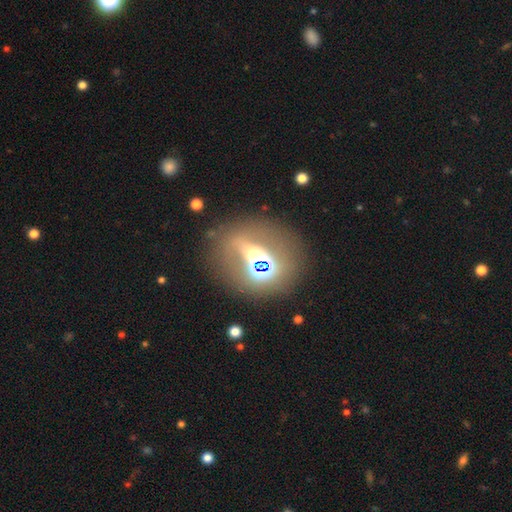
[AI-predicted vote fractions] smooth_or_featured: featured or disk (p=0.39) [alt: star or artifact p=0.33]
merging: none (p=0.74) [alt: minor disturbance p=0.11]